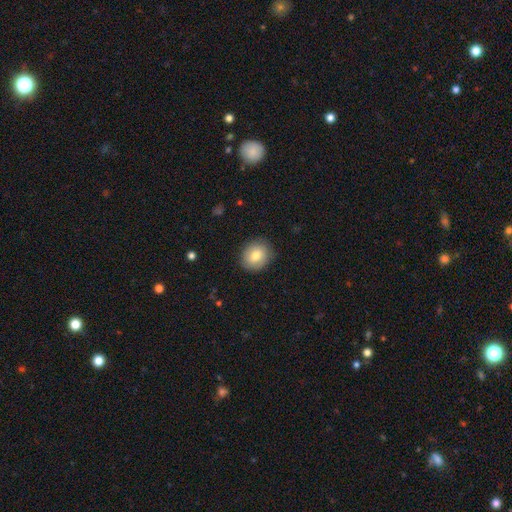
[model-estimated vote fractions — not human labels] This appears to be a smooth galaxy with no disk features (76%) that is round (70%). Merging: none (85%).